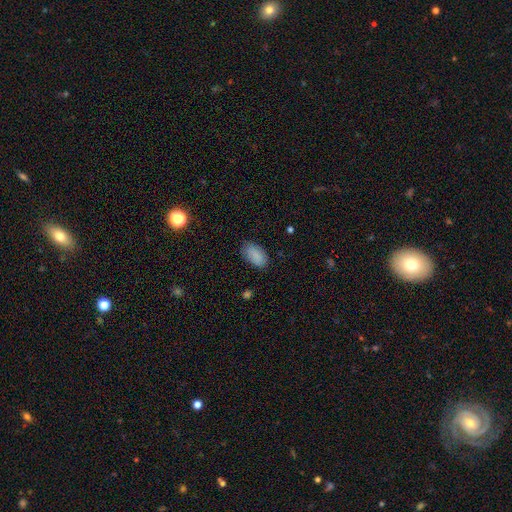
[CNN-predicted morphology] smooth-or-featured: smooth: 88% | star or artifact: 7% | featured or disk: 5%
  how-rounded: in between: 94% | round: 4% | cigar-shaped: 2%
  merging: none: 78% | minor disturbance: 17% | major disturbance: 4% | merger: 1%